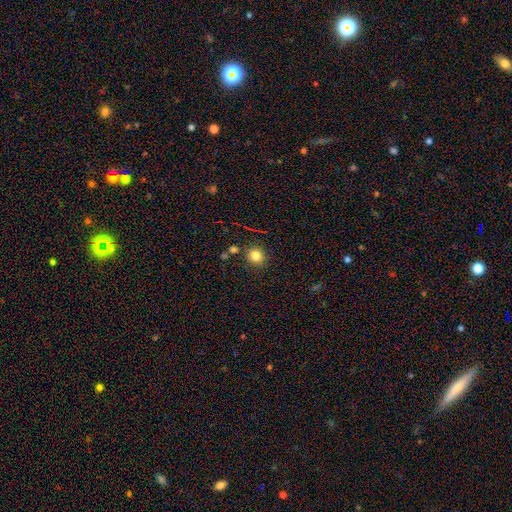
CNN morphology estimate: This appears to be a smooth galaxy with no disk features (80%) that is round (88%). Merging: none (83%).